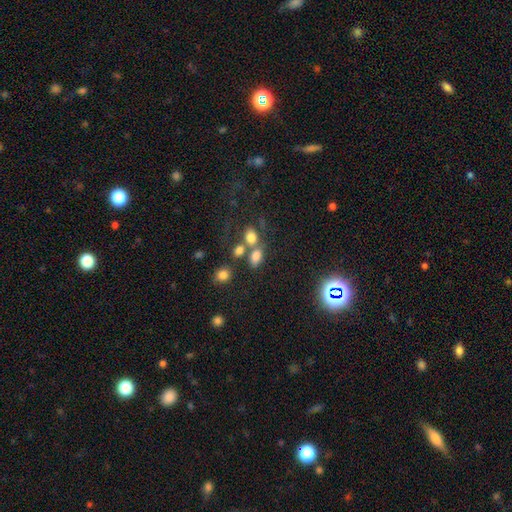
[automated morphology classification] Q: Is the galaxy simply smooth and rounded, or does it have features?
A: smooth — 74%.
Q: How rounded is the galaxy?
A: in between — 71%.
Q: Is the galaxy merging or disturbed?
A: merger — 41%, tied with none.